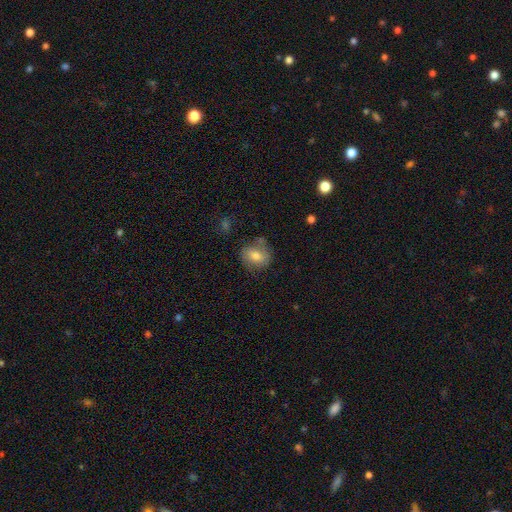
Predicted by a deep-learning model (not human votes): This is likely a smooth galaxy (69%). How rounded: possibly round (57%). Merging: likely none (64%).